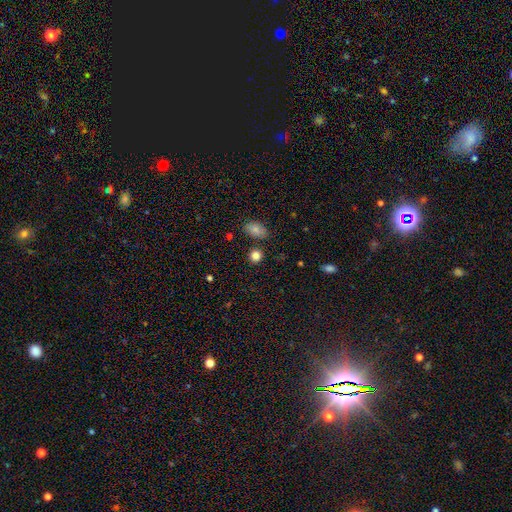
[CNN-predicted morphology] Overall: smooth (83%). How rounded: round (81%). Merging: none (84%).